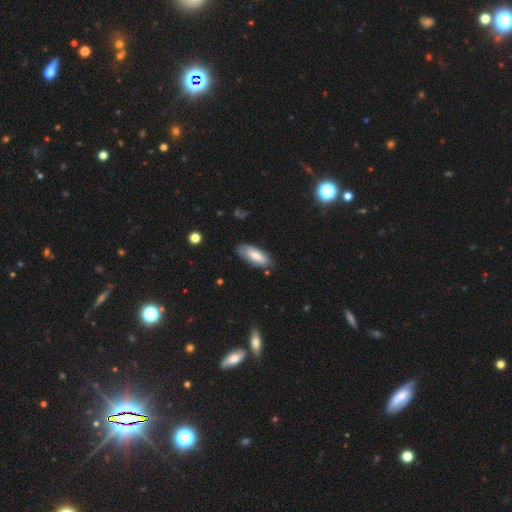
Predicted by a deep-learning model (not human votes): A smooth galaxy with no disk features (76%) that is in between round and cigar-shaped (77%). Merging: none (78%).